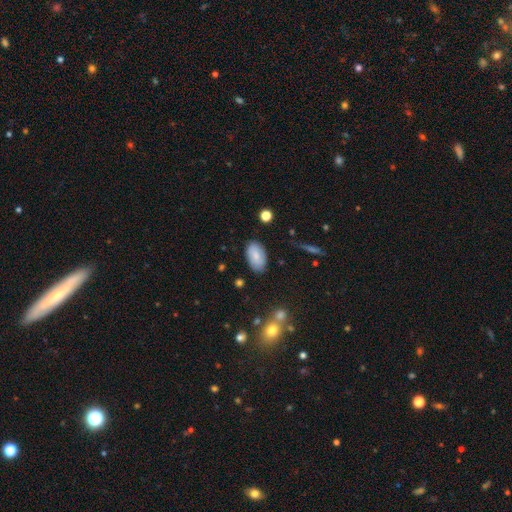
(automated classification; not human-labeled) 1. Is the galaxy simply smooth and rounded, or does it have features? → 78% smooth, 15% featured or disk, 7% star or artifact.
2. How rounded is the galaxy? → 94% in between, 4% round, 2% cigar-shaped.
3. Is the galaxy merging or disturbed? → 80% none, 15% minor disturbance, 3% major disturbance, 2% merger.